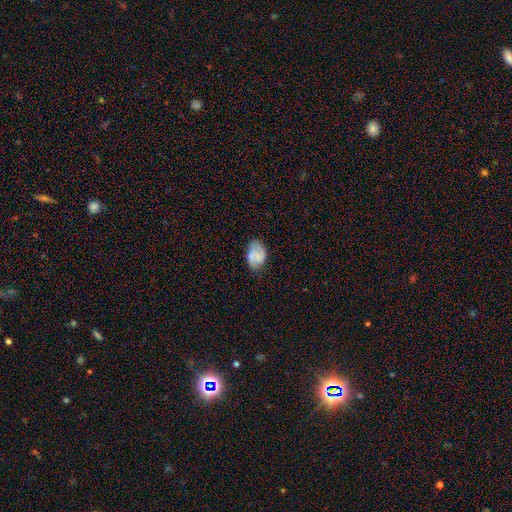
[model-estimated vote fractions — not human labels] Q: Smooth or featured?
A: smooth (62%); runner-up: featured or disk (29%)
Q: How rounded?
A: in between (86%); runner-up: round (13%)
Q: Merging?
A: none (64%); runner-up: minor disturbance (27%)